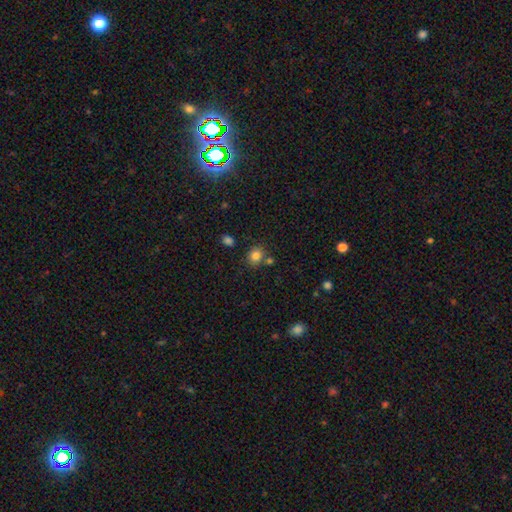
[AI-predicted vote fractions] Morphology: type=smooth (82%); roundness=round (62%); merging=none (71%).